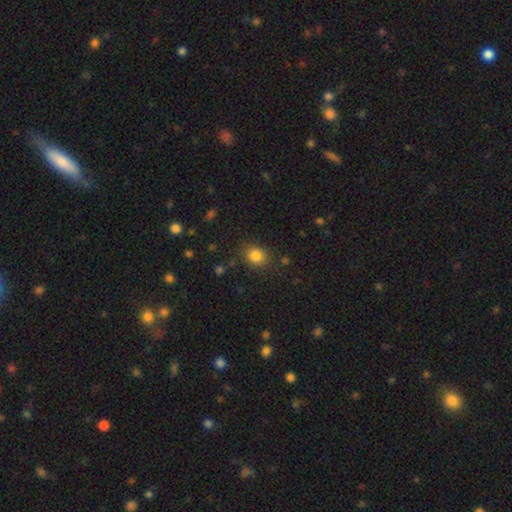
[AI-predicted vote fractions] A smooth galaxy with no disk features (84%) that is round (63%).

Vote fractions:
- Smooth or featured? smooth: 84% / star or artifact: 11% / featured or disk: 5%
- How rounded? round: 63% / in between: 37% / cigar-shaped: 1%
- Merging? none: 82% / minor disturbance: 12% / major disturbance: 4% / merger: 2%